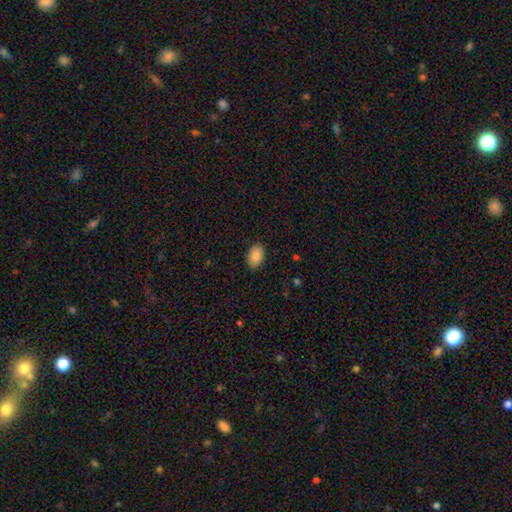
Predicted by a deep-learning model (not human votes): smooth-or-featured: smooth: 89% | star or artifact: 7% | featured or disk: 4%
  how-rounded: in between: 89% | round: 10% | cigar-shaped: 1%
  merging: none: 87% | minor disturbance: 10% | major disturbance: 2% | merger: 1%